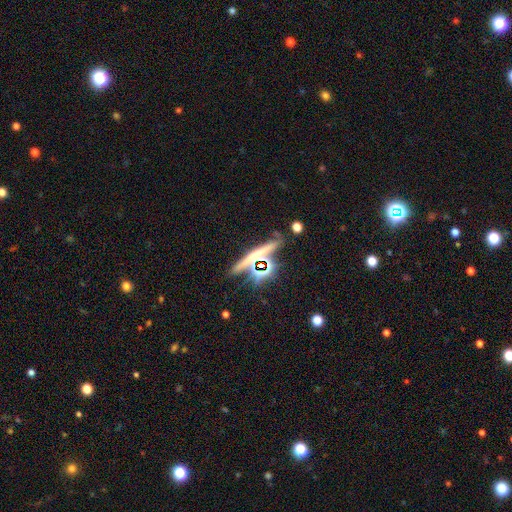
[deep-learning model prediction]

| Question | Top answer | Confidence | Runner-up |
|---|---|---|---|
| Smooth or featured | featured or disk | 37% | smooth (34%) |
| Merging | none | 71% | minor disturbance (13%) |